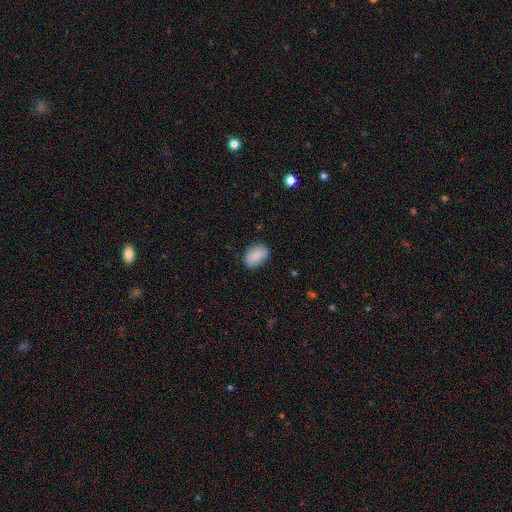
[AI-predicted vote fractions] Overall: smooth (88%). How rounded: in between (87%). Merging: none (81%).